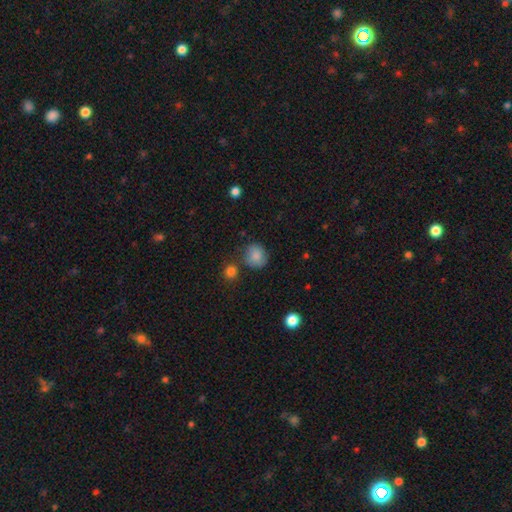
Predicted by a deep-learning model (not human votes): A smooth galaxy with no disk features (84%) that is round (79%). Merging: none (71%).